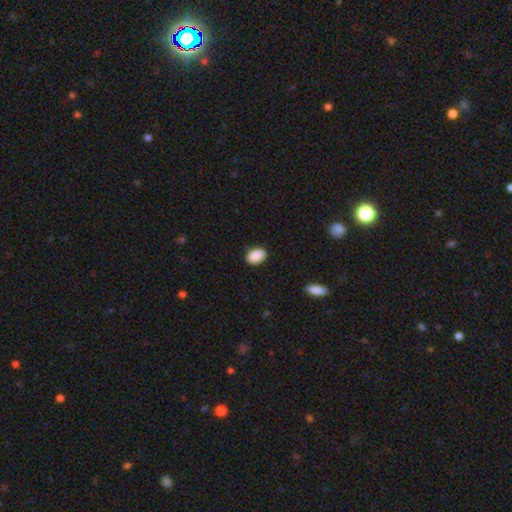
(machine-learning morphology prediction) Smooth or featured: smooth — 90% (star or artifact — 7%)
How rounded: in between — 84% (round — 15%)
Merging: none — 86% (minor disturbance — 10%)